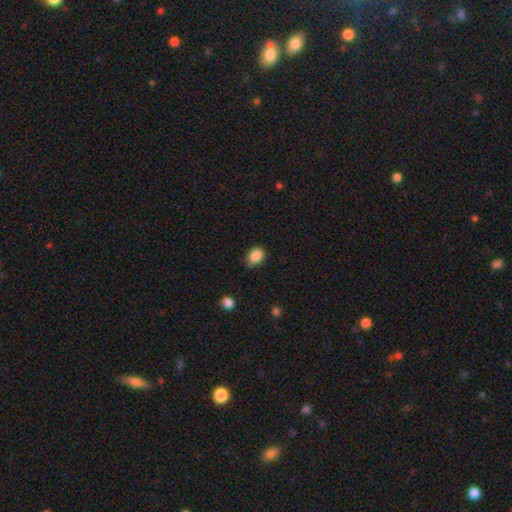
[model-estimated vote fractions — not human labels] smooth_or_featured: smooth (p=0.86) [alt: star or artifact p=0.09]
how_rounded: in between (p=0.58) [alt: round p=0.41]
merging: none (p=0.72) [alt: minor disturbance p=0.23]